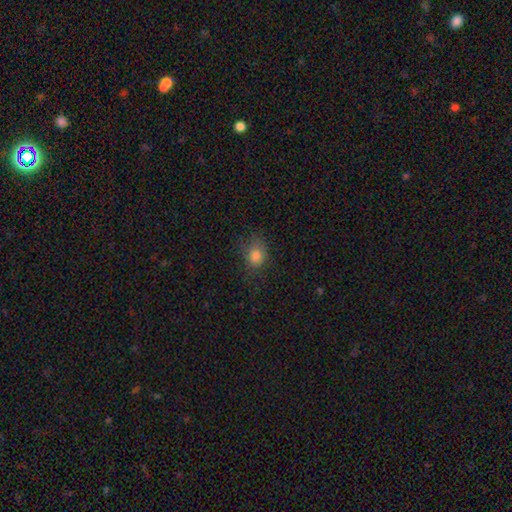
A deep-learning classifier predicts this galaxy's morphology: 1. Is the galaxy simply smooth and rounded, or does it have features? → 80% smooth, 12% star or artifact, 7% featured or disk.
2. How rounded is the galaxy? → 51% in between, 48% round, 1% cigar-shaped.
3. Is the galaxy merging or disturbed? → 68% none, 22% minor disturbance, 9% major disturbance, 1% merger.